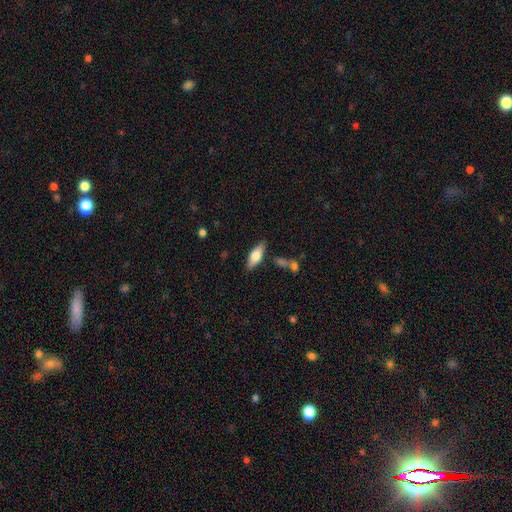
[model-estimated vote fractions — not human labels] A smooth galaxy with no disk features (65%) that is in between round and cigar-shaped (68%). Merging: none (80%).